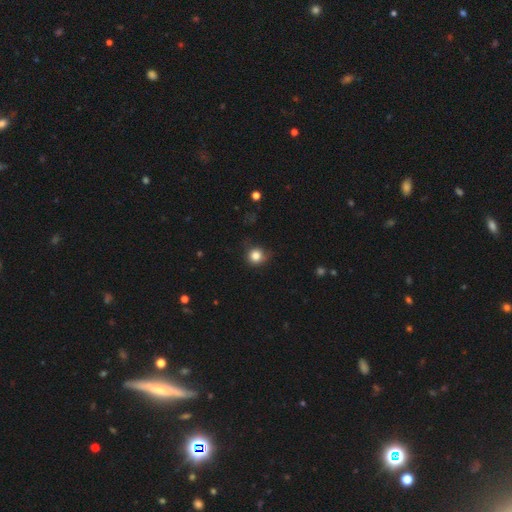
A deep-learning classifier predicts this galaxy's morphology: smooth-or-featured: smooth: 82% | star or artifact: 11% | featured or disk: 6%
  how-rounded: round: 89% | in between: 10% | cigar-shaped: 1%
  merging: none: 67% | minor disturbance: 24% | major disturbance: 7% | merger: 2%